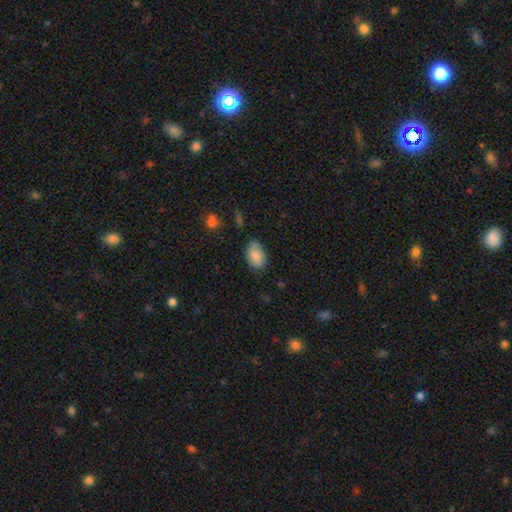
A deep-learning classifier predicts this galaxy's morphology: A smooth galaxy with no disk features (85%) that is in between round and cigar-shaped (87%).

Vote fractions:
- Smooth or featured? smooth: 85% / star or artifact: 8% / featured or disk: 7%
- How rounded? in between: 87% / round: 11% / cigar-shaped: 1%
- Merging? none: 67% / minor disturbance: 25% / major disturbance: 5% / merger: 3%